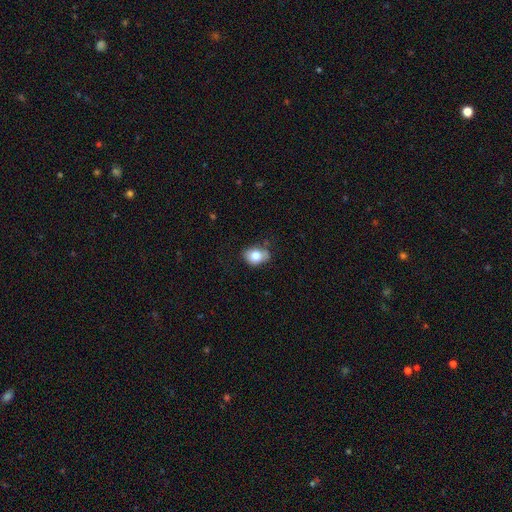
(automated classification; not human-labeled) smooth 80%, featured or disk 12%, star or artifact 9%. Down the decision tree: how rounded — in between (67%); merging — none (65%).